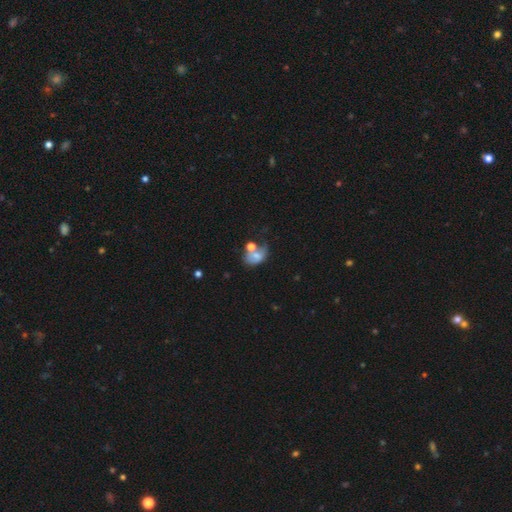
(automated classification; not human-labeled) smooth_or_featured: smooth (p=0.58) [alt: featured or disk p=0.30]
how_rounded: in between (p=0.72) [alt: round p=0.26]
merging: merger (p=0.33) [alt: none p=0.24]